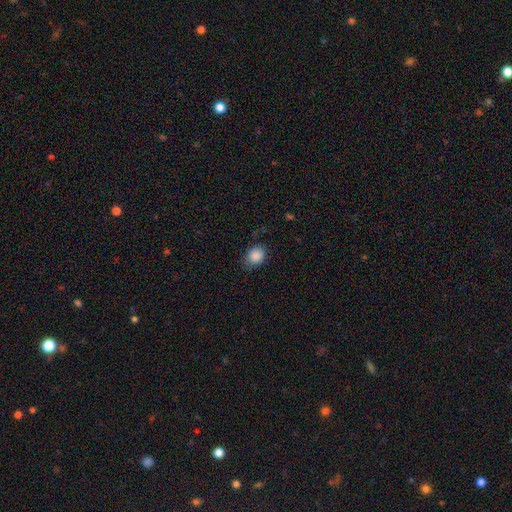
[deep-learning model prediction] smooth 88%, star or artifact 8%, featured or disk 4%. Down the decision tree: how rounded — in between (55%); merging — none (76%).